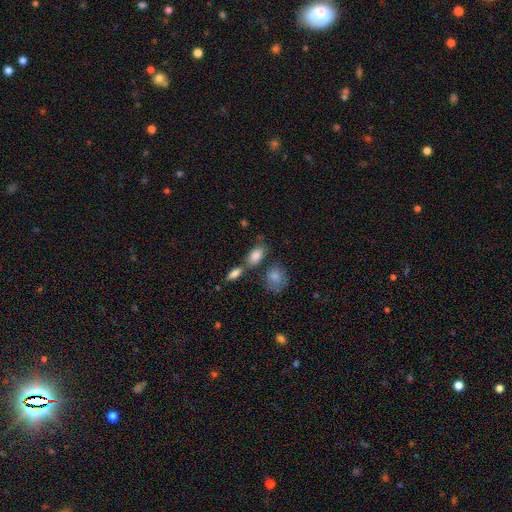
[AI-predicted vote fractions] Smooth or featured? Predicted: smooth (p=0.84). How rounded? Predicted: in between (p=0.87). Merging? Predicted: none (p=0.52).